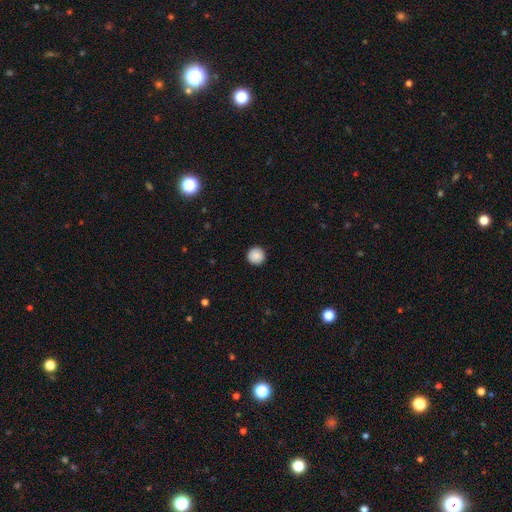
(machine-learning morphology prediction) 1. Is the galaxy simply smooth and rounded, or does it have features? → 89% smooth, 8% star or artifact, 2% featured or disk.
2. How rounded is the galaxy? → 96% round, 3% in between, 1% cigar-shaped.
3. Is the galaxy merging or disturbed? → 93% none, 4% minor disturbance, 2% major disturbance, 1% merger.